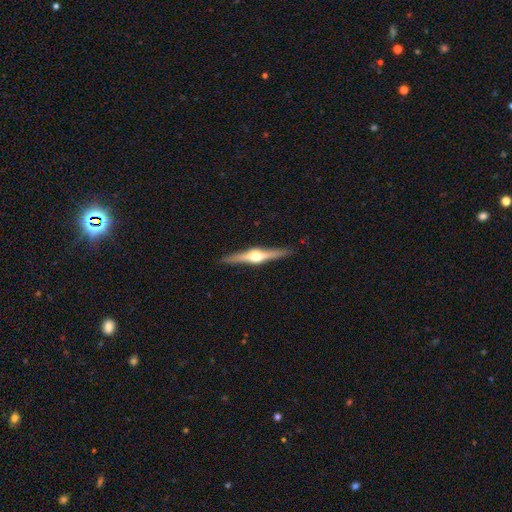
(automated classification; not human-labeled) This appears to be a featured or disk galaxy (80%) viewed edge-on (98%) with a rounded central bulge (95%). Merging: none (91%).